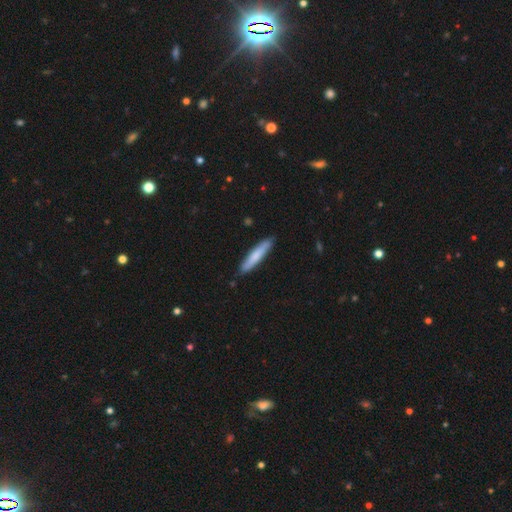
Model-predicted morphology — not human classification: smooth 74%, featured or disk 21%, star or artifact 5%. Down the decision tree: how rounded — cigar-shaped (90%); merging — none (87%).